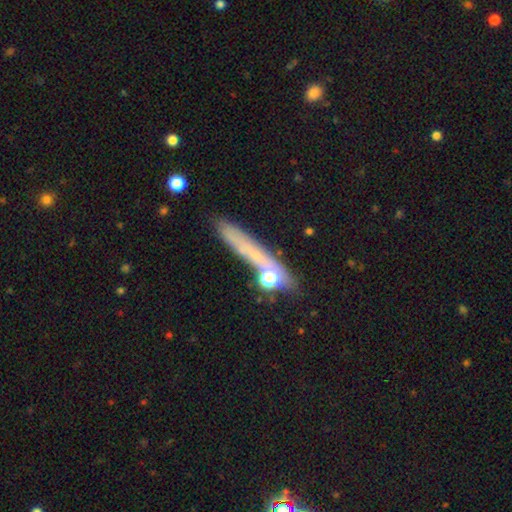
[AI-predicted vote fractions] Overall: smooth (52%; featured or disk 31%). How rounded: cigar-shaped (79%). Merging: none (67%).